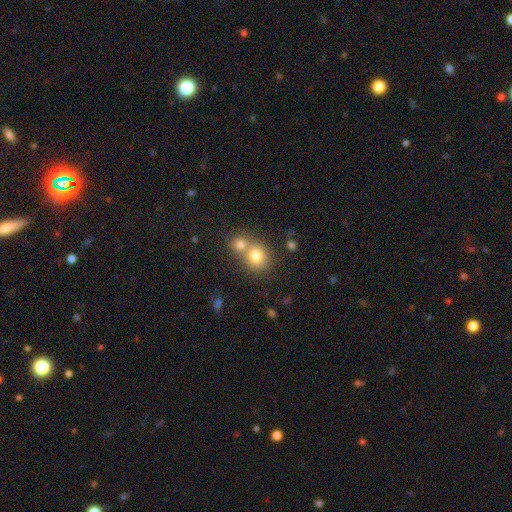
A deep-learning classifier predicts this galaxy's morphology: Q: Smooth or featured?
A: smooth (77%); runner-up: featured or disk (12%)
Q: How rounded?
A: round (76%); runner-up: in between (23%)
Q: Merging?
A: merger (54%); runner-up: none (37%)